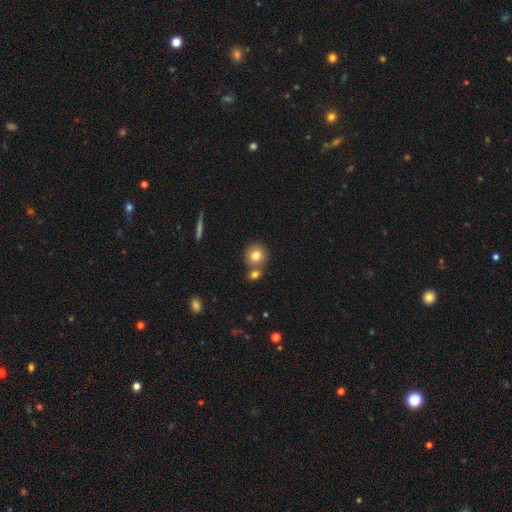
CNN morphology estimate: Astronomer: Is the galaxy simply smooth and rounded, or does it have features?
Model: smooth — 78%.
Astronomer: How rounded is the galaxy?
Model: round — 89%.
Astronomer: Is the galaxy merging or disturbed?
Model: none — 63%.